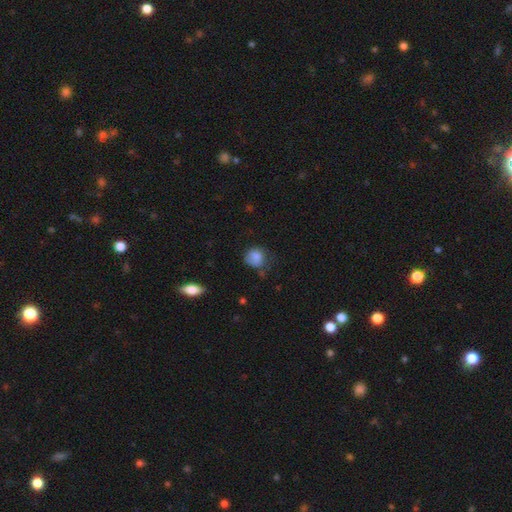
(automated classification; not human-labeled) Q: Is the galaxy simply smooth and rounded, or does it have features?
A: smooth — 79%.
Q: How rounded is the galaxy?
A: round — 71%.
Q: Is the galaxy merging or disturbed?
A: none — 49%.